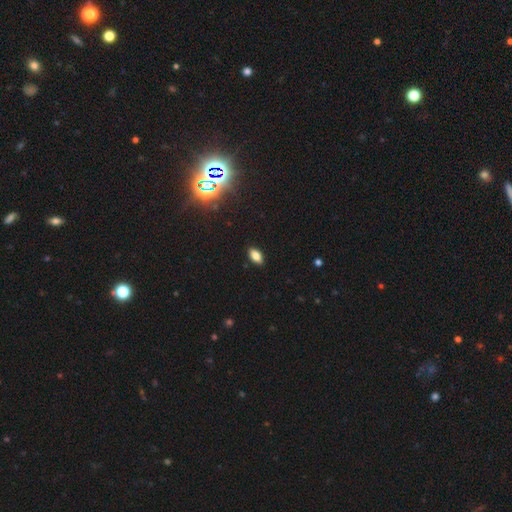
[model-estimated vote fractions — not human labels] Smooth or featured? smooth (82%)
How rounded? in between (91%)
Merging? none (89%)